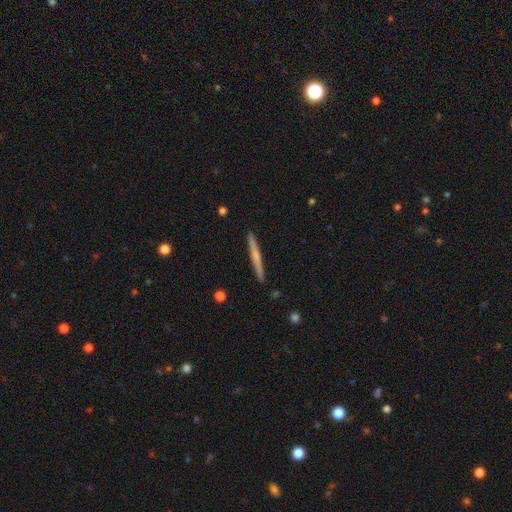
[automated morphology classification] A featured or disk galaxy (48%). Merging: none (92%).